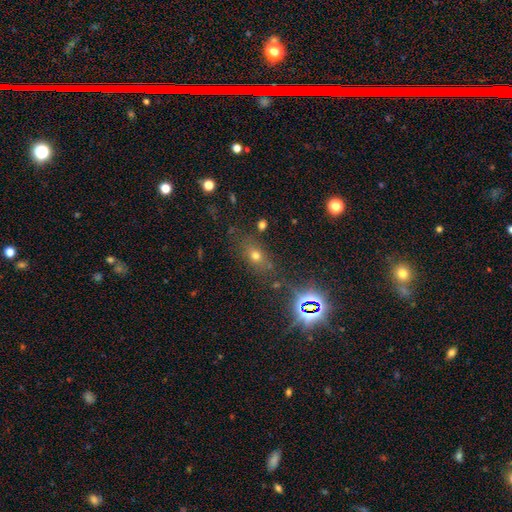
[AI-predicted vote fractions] Morphology: type=smooth (56%); roundness=in between (61%); merging=none (72%).